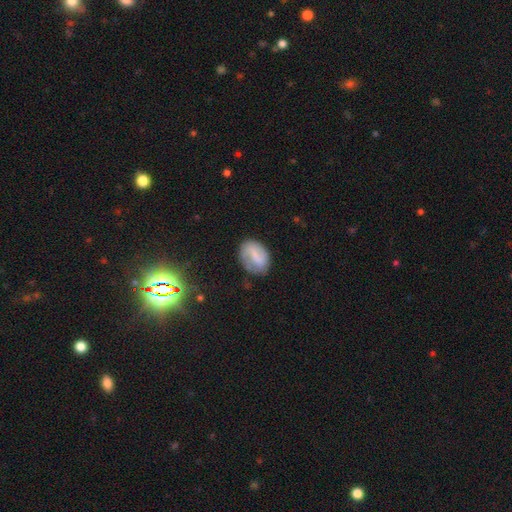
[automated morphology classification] This appears to be a smooth galaxy with no disk features (52%) that is in between round and cigar-shaped (75%). Merging: none (67%).